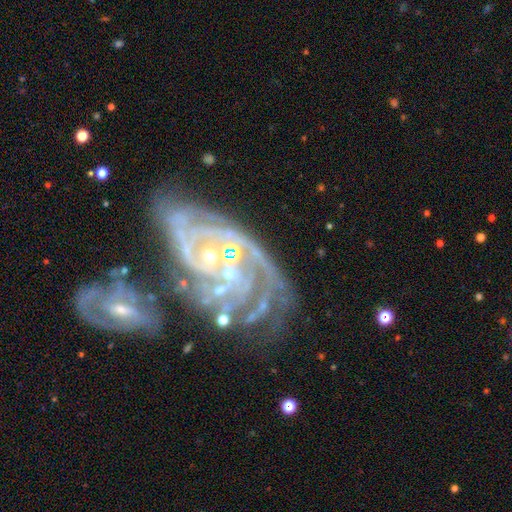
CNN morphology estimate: Smooth or featured? featured or disk (73%)
Edge-on disk? no (96%)
Bar? no (69%)
Spiral arms? yes (75%)
Spiral winding? tight (52%)
Spiral arm count? can't tell (32%)
Bulge size? small (46%)
Merging? none (39%)